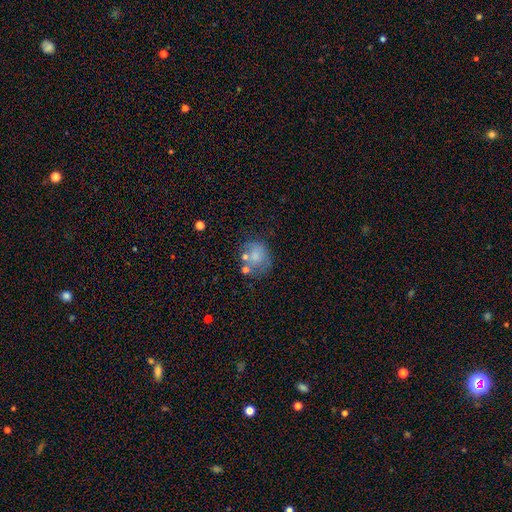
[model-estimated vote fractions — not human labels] A smooth galaxy with no disk features (64%) that is round (67%). Merging: none (48%).